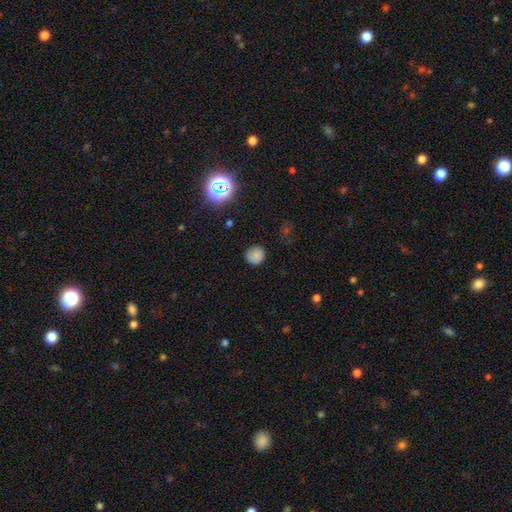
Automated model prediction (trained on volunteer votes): smooth_or_featured: smooth (p=0.79) [alt: star or artifact p=0.14]
how_rounded: round (p=0.92) [alt: in between p=0.07]
merging: none (p=0.85) [alt: minor disturbance p=0.11]